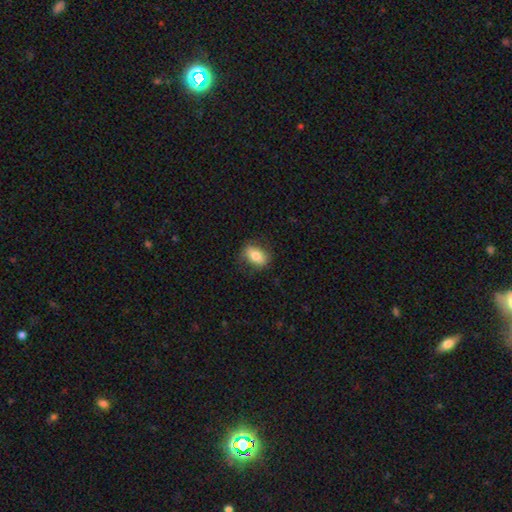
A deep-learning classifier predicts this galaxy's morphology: Overall: smooth (74%). How rounded: in between (82%). Merging: none (78%).